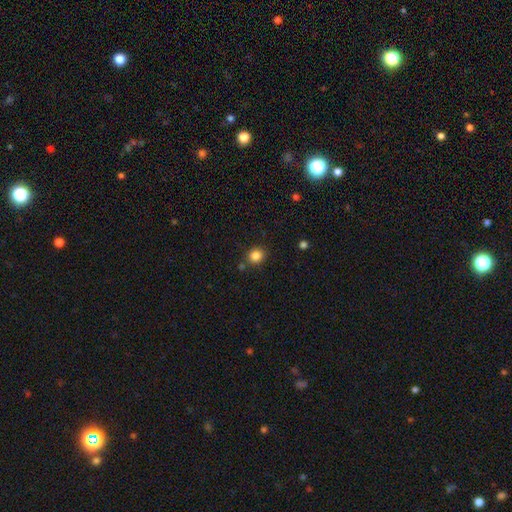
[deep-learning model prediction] Smooth or featured: smooth — 85% (star or artifact — 11%)
How rounded: round — 78% (in between — 21%)
Merging: none — 82% (minor disturbance — 10%)